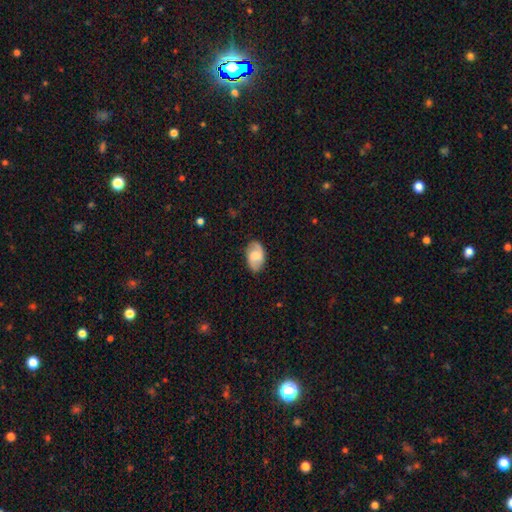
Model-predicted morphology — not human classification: Q: Smooth or featured?
A: smooth (49%); runner-up: featured or disk (44%)
Q: Merging?
A: none (79%); runner-up: minor disturbance (16%)